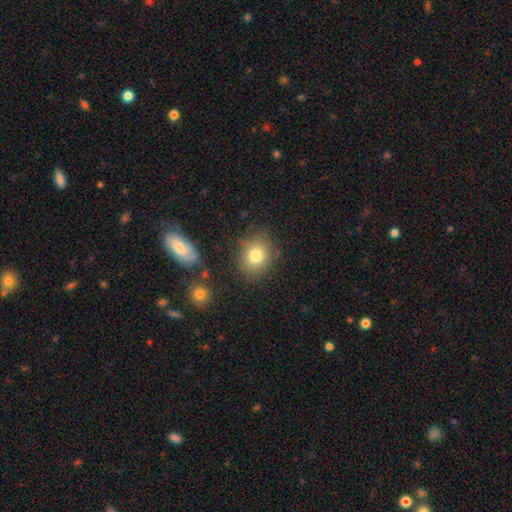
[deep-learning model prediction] Smooth or featured?
  - smooth: 80% *
  - star or artifact: 11%
  - featured or disk: 9%
How rounded?
  - round: 64% *
  - in between: 36%
  - cigar-shaped: 1%
Merging?
  - none: 80% *
  - minor disturbance: 13%
  - major disturbance: 4%
  - merger: 3%